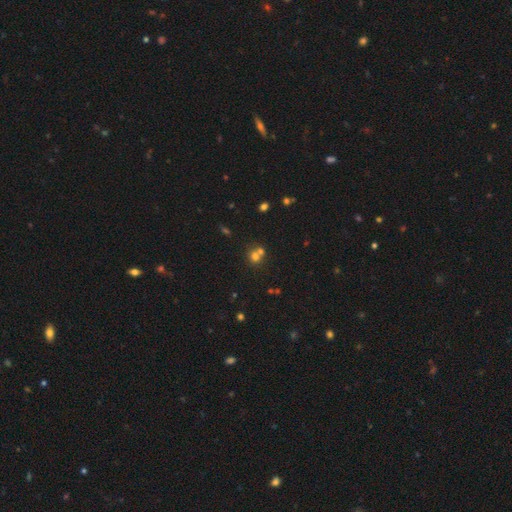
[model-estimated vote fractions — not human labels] Morphology: type=smooth (65%); roundness=round (84%); merging=none (47%).